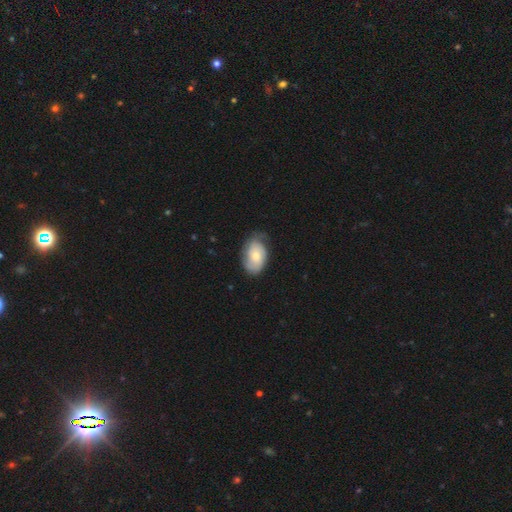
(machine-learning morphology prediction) type=smooth (49%); merging=none (61%).